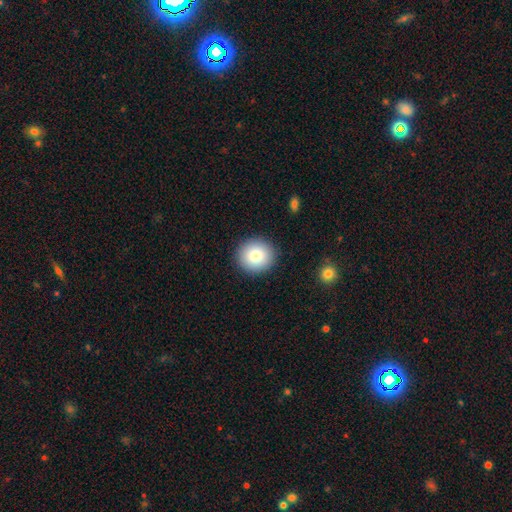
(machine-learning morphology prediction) smooth 81%, featured or disk 10%, star or artifact 9%. Down the decision tree: how rounded — round (90%); merging — none (91%).